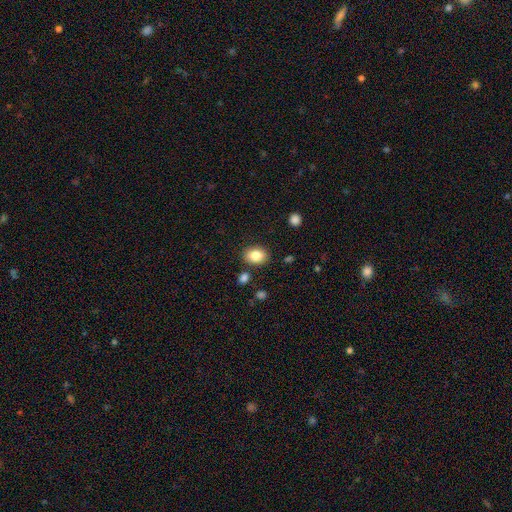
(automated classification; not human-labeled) Smooth or featured?
  - smooth: 85% *
  - star or artifact: 9%
  - featured or disk: 7%
How rounded?
  - in between: 64% *
  - round: 35%
  - cigar-shaped: 1%
Merging?
  - none: 84% *
  - minor disturbance: 9%
  - merger: 4%
  - major disturbance: 3%